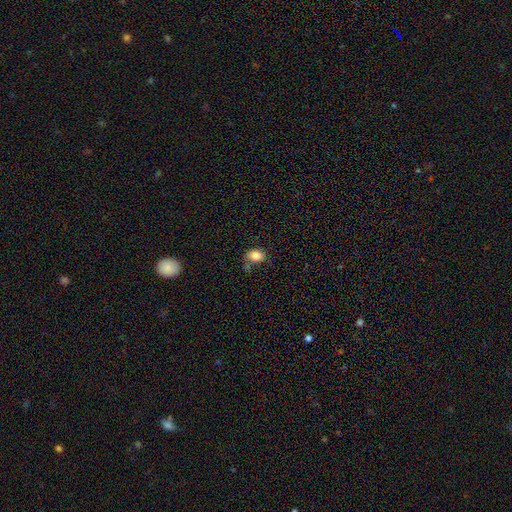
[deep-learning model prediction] This is clearly a smooth galaxy (83%). How rounded: likely in between (77%). Merging: likely none (67%).